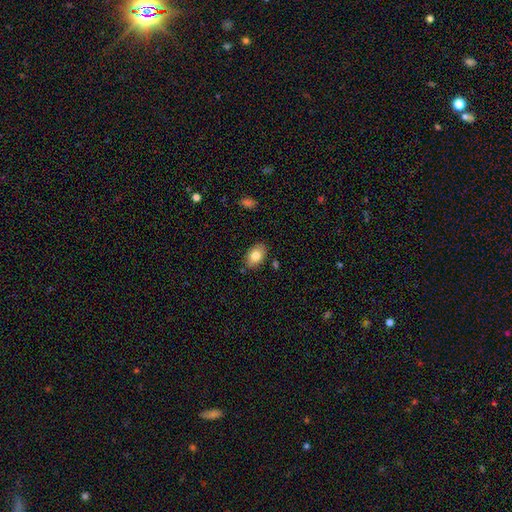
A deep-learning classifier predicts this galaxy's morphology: smooth-or-featured: smooth: 81% | featured or disk: 12% | star or artifact: 8%
  how-rounded: in between: 86% | round: 12% | cigar-shaped: 1%
  merging: none: 84% | minor disturbance: 12% | major disturbance: 2% | merger: 2%